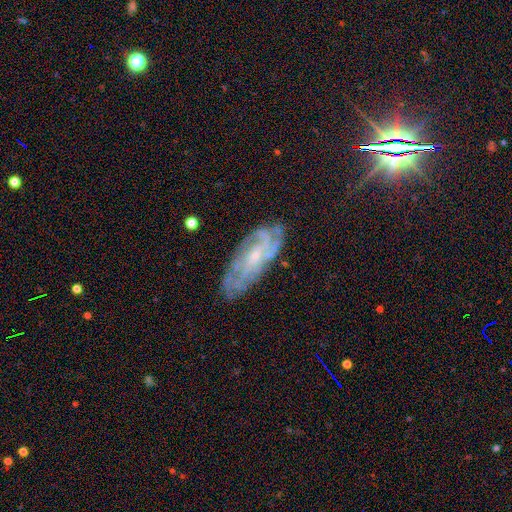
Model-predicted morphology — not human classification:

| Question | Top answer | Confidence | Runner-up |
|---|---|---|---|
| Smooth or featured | featured or disk | 76% | smooth (13%) |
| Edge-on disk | no | 87% | yes (13%) |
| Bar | no | 59% | weak (33%) |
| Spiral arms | yes | 92% | no (8%) |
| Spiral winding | tight | 61% | medium (30%) |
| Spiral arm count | can't tell | 47% | 2 (14%) |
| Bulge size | small | 69% | moderate (23%) |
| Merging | none | 74% | minor disturbance (19%) |